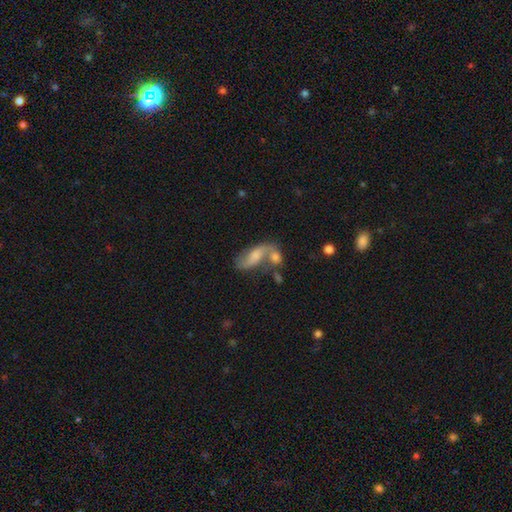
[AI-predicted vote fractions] The model was most divided on "bulge size": none: 34%, moderate: 26%, small: 23%, large: 15%, dominant: 3%. Remaining: edge-on disk — no (92%); spiral arms — yes (83%); smooth or featured — featured or disk (55%); bar — no (54%); merging — merger (46%).